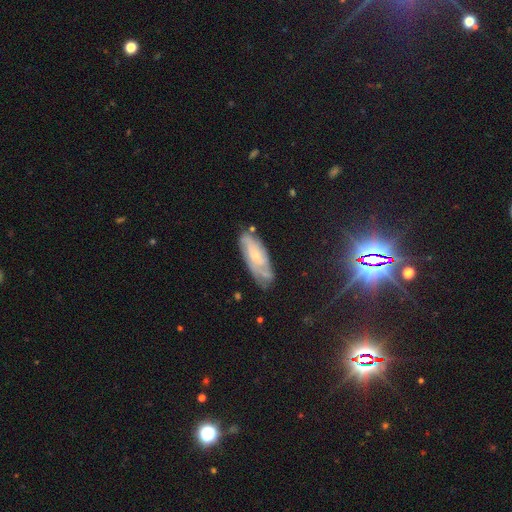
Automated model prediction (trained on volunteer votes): smooth-or-featured: featured or disk: 58% | smooth: 33% | star or artifact: 9%
  disk-edge-on: no: 84% | yes: 16%
  merging: none: 64% | minor disturbance: 26% | major disturbance: 8% | merger: 3%